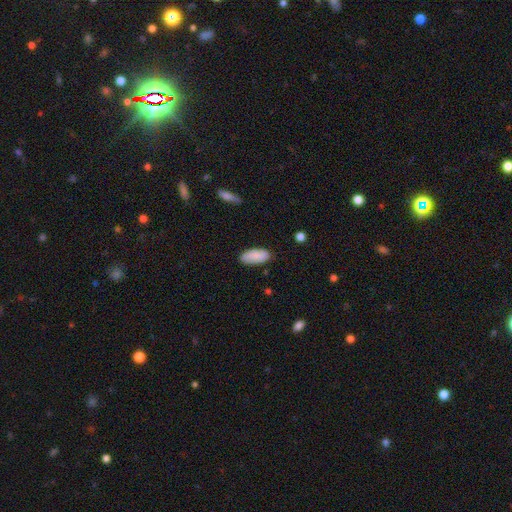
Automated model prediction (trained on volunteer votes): Smooth or featured?
  - smooth: 88% *
  - featured or disk: 6%
  - star or artifact: 6%
How rounded?
  - in between: 89% *
  - cigar-shaped: 9%
  - round: 2%
Merging?
  - none: 85% *
  - minor disturbance: 12%
  - major disturbance: 2%
  - merger: 1%